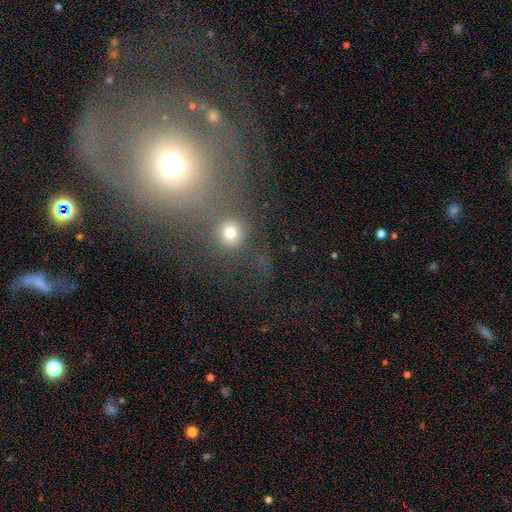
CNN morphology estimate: This is marginally a smooth galaxy (44%). Merging: marginally none (42%).